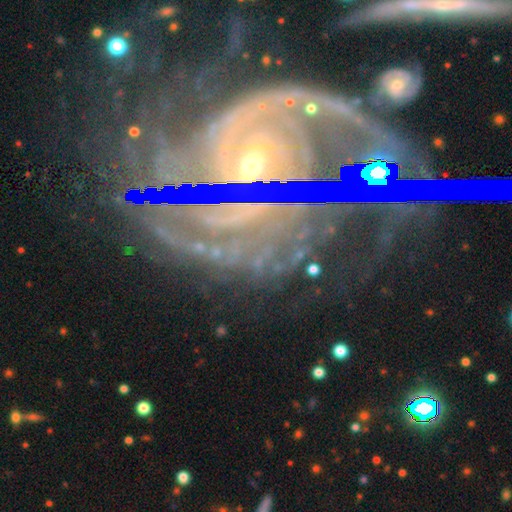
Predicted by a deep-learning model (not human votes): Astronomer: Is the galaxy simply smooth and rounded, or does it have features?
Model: featured or disk — 78%.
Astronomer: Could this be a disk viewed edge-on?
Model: no — 95%.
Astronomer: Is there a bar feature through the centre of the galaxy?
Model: no — 39% (runner-up: strong, 31%).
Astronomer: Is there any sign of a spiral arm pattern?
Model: yes — 95%.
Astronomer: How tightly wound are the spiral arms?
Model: tight — 66%.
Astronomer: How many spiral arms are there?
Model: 2 — 22% (runner-up: can't tell, 20%).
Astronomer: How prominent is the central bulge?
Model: moderate — 46% (runner-up: small, 45%).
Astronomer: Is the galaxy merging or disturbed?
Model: none — 66%.